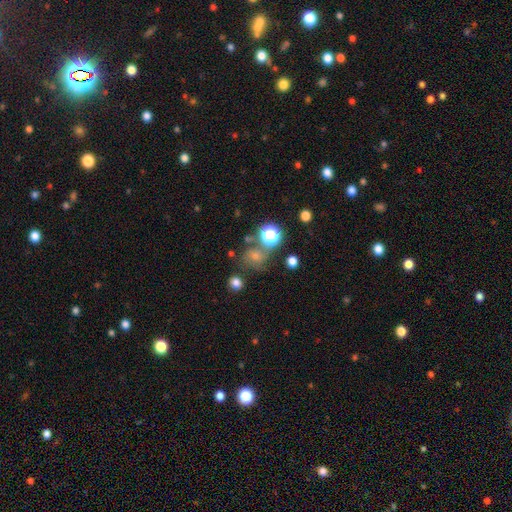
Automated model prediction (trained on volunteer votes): Smooth or featured?
  - star or artifact: 43% *
  - smooth: 34%
  - featured or disk: 23%